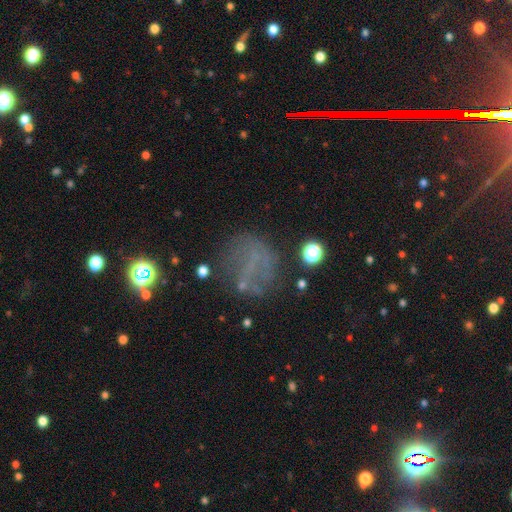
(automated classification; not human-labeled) A featured or disk galaxy (39%). Merging: none (51%).